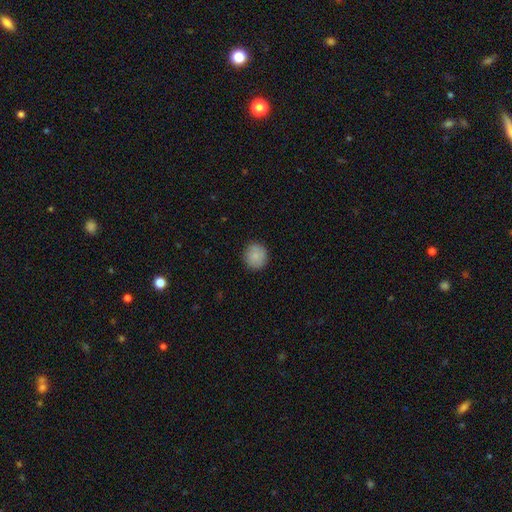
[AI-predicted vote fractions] A smooth galaxy with no disk features (87%) that is round (90%). Merging: none (90%).